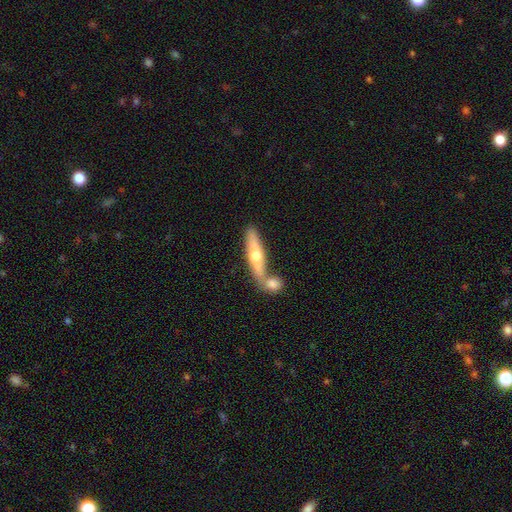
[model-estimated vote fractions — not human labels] A featured or disk galaxy (48%). Merging: none (51%).